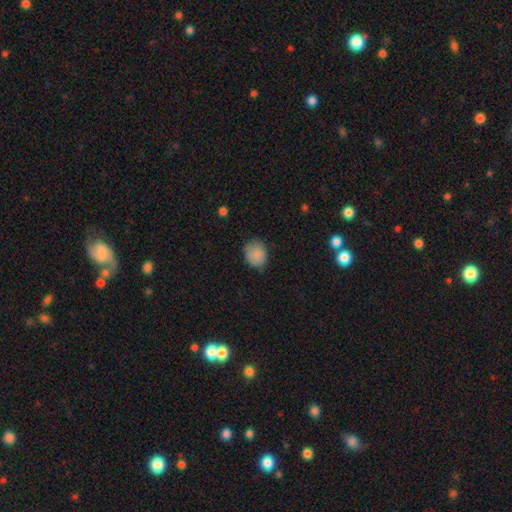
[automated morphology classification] A smooth galaxy with no disk features (86%) that is round (63%). Merging: none (73%).